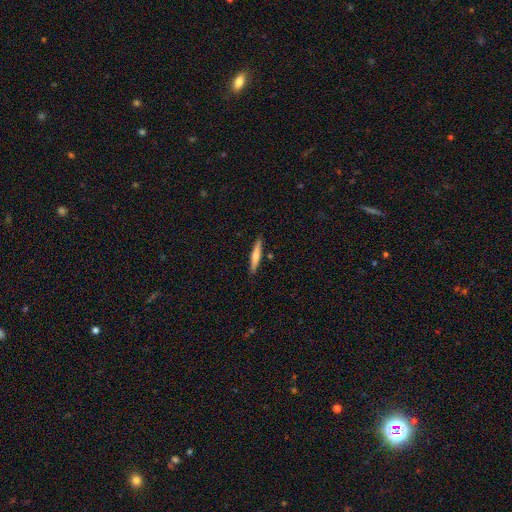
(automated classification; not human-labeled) This appears to be a smooth galaxy with no disk features (57%) that is cigar-shaped (92%). Merging: none (88%).